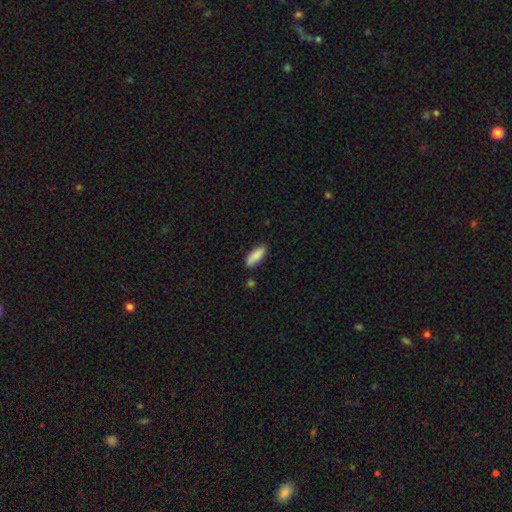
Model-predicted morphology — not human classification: smooth-or-featured: smooth: 88% | featured or disk: 6% | star or artifact: 6%
  how-rounded: in between: 69% | cigar-shaped: 29% | round: 2%
  merging: none: 82% | minor disturbance: 13% | merger: 2% | major disturbance: 2%